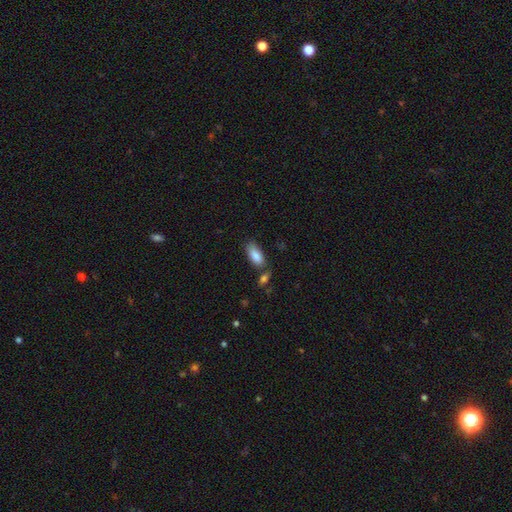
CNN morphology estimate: Smooth or featured?
  - smooth: 87% *
  - star or artifact: 7%
  - featured or disk: 7%
How rounded?
  - in between: 85% *
  - cigar-shaped: 13%
  - round: 2%
Merging?
  - none: 67% *
  - minor disturbance: 17%
  - merger: 12%
  - major disturbance: 4%